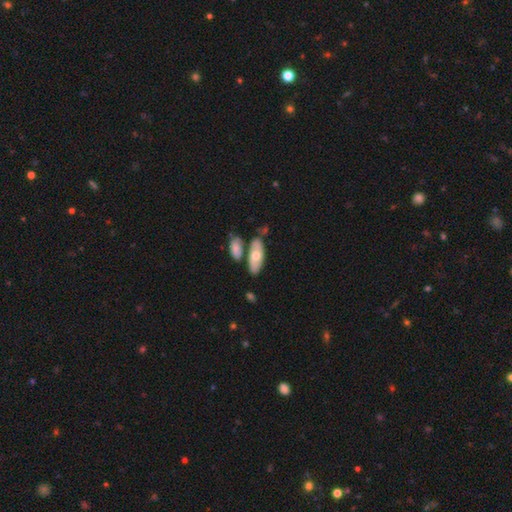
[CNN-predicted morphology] type=smooth (56%); roundness=in between (82%); merging=none (62%).